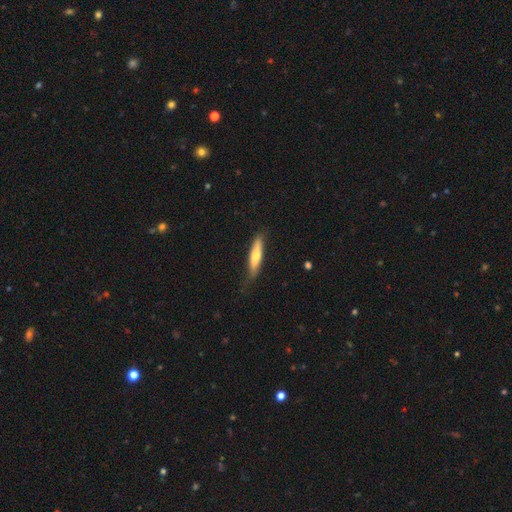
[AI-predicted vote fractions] This appears to be a smooth galaxy with no disk features (60%) that is cigar-shaped (81%). Merging: none (74%).